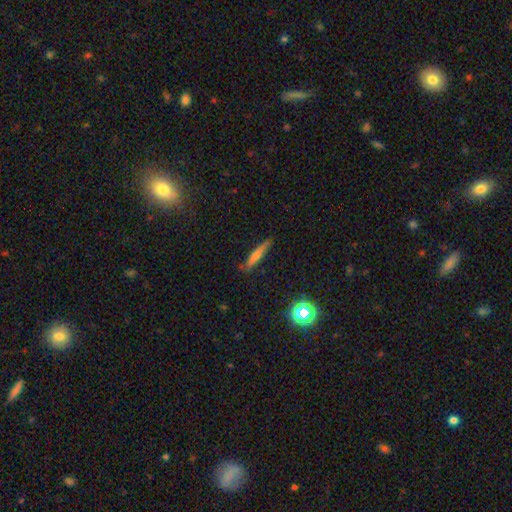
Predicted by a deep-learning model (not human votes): Smooth or featured? Predicted: smooth (p=0.55). How rounded? Predicted: cigar-shaped (p=0.89). Merging? Predicted: none (p=0.83).